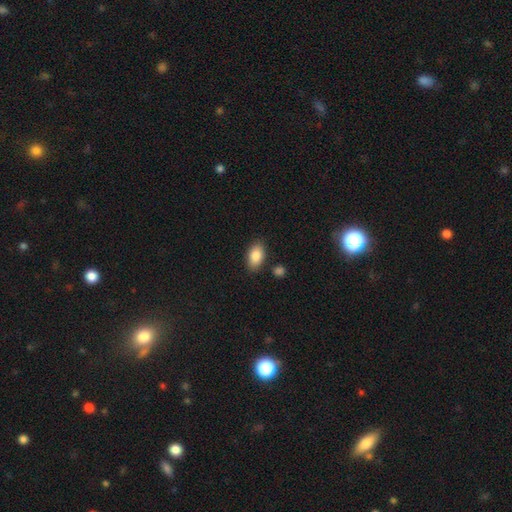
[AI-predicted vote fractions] This is clearly a smooth galaxy (86%). How rounded: clearly in between (92%). Merging: clearly none (83%).